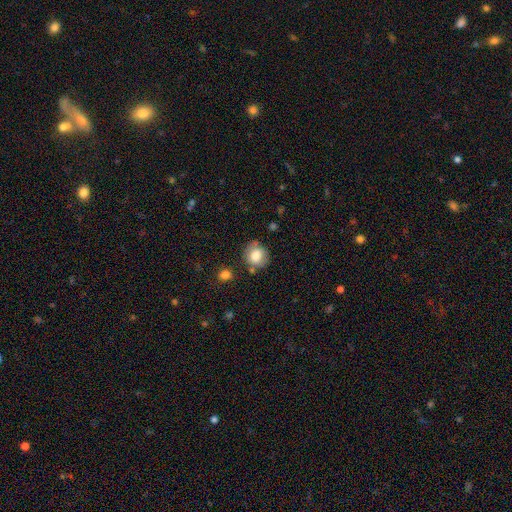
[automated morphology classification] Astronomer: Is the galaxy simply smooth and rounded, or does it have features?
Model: smooth — 80%.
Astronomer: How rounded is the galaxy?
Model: round — 81%.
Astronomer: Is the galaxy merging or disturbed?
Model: none — 72%.